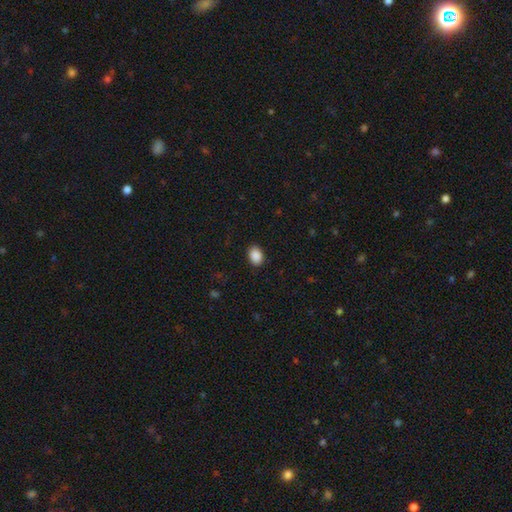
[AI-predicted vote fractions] Overall: smooth (90%). How rounded: in between (76%). Merging: none (89%).